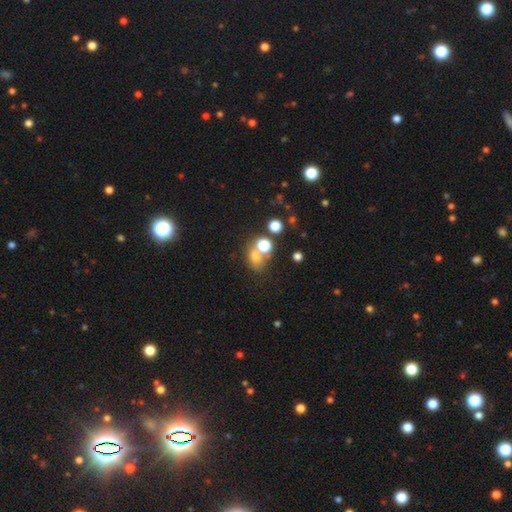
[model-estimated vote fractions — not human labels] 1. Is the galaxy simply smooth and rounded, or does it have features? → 66% smooth, 21% star or artifact, 13% featured or disk.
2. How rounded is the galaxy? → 52% round, 46% in between, 1% cigar-shaped.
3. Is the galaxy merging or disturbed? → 45% none, 36% merger, 12% minor disturbance, 8% major disturbance.